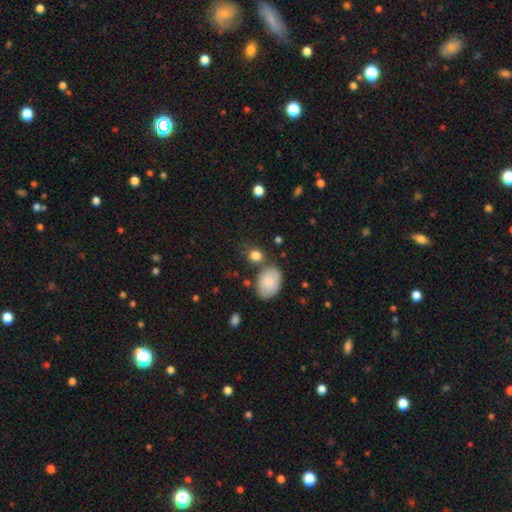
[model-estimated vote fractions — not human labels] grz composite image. It shows a smooth galaxy with no disk features (83%) that is round (66%). Merging: none (67%).